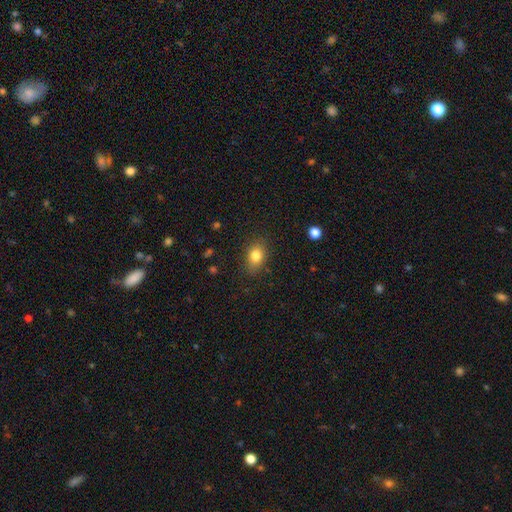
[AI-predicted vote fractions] Morphology: type=smooth (81%); roundness=in between (72%); merging=none (83%).